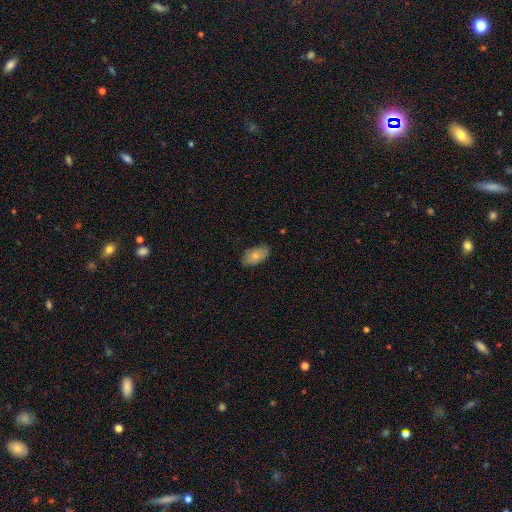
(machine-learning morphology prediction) smooth-or-featured: smooth: 76% | featured or disk: 17% | star or artifact: 7%
  how-rounded: in between: 93% | round: 5% | cigar-shaped: 2%
  merging: none: 81% | minor disturbance: 16% | major disturbance: 2% | merger: 1%